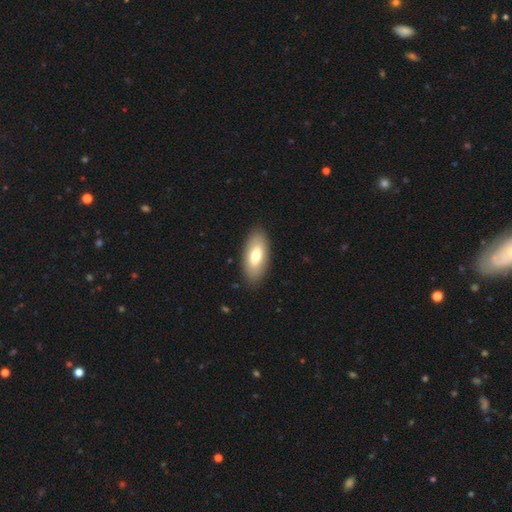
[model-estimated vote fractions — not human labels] Smooth or featured? Predicted: smooth (p=0.75). How rounded? Predicted: in between (p=0.89). Merging? Predicted: none (p=0.87).